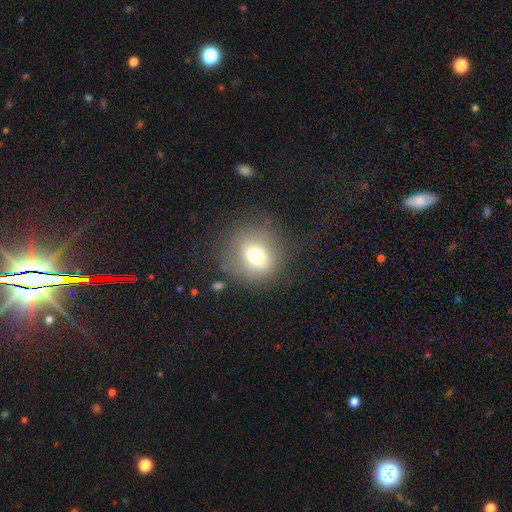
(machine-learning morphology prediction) smooth 68%, featured or disk 18%, star or artifact 14%. Down the decision tree: how rounded — round (89%); merging — none (77%).